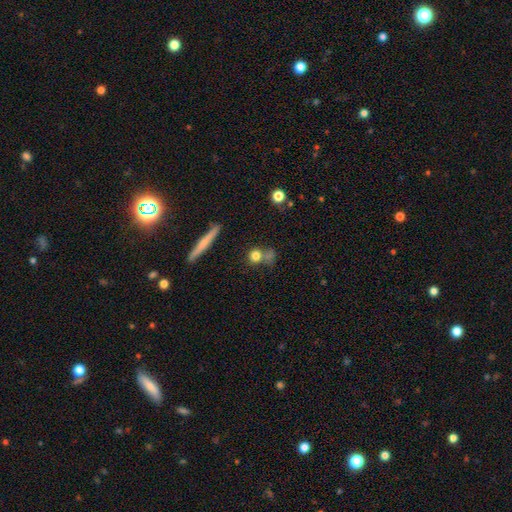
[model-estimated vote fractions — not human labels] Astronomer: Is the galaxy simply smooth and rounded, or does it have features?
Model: smooth — 75%.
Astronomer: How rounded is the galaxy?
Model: round — 73%.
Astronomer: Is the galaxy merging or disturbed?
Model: none — 53%.